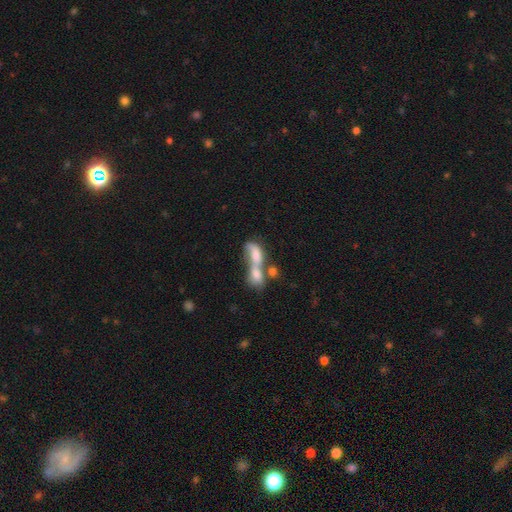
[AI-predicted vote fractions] Smooth or featured: smooth — 56% (featured or disk — 32%)
How rounded: in between — 70% (cigar-shaped — 18%)
Merging: merger — 75% (none — 10%)